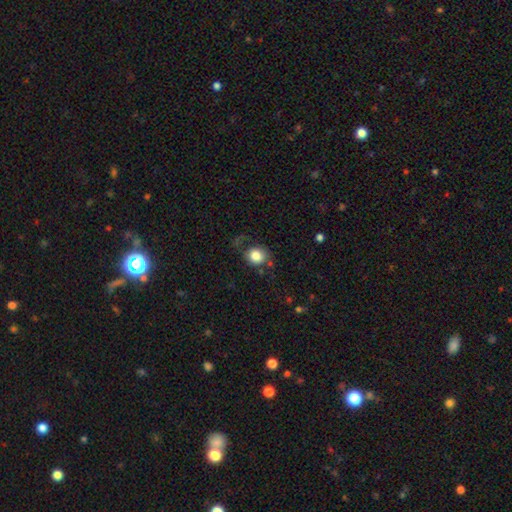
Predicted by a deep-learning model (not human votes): This appears to be a smooth galaxy with no disk features (81%) that is round (79%). Merging: none (61%).